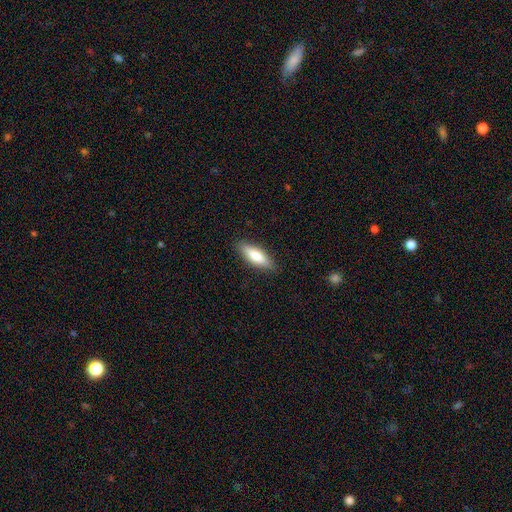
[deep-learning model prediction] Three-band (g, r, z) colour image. It shows a smooth galaxy with no disk features (72%) that is in between round and cigar-shaped (54%). Merging: none (87%).